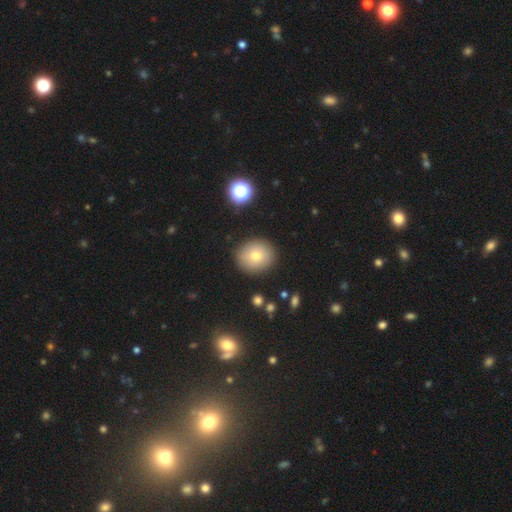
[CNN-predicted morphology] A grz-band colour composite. It shows a smooth galaxy with no disk features (74%) that is round (81%). Merging: none (88%).